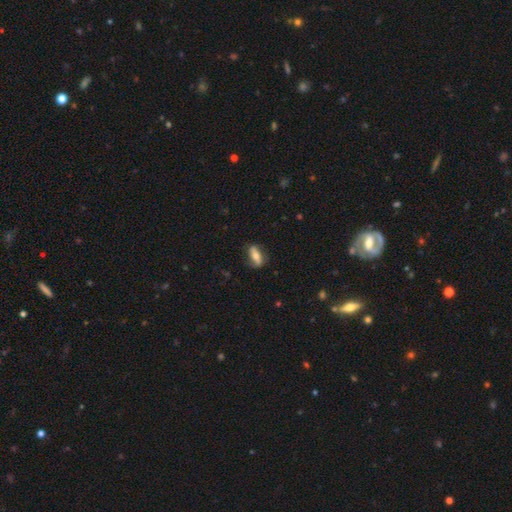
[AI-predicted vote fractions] smooth_or_featured: smooth (p=0.49) [alt: featured or disk p=0.45]
merging: none (p=0.77) [alt: minor disturbance p=0.17]